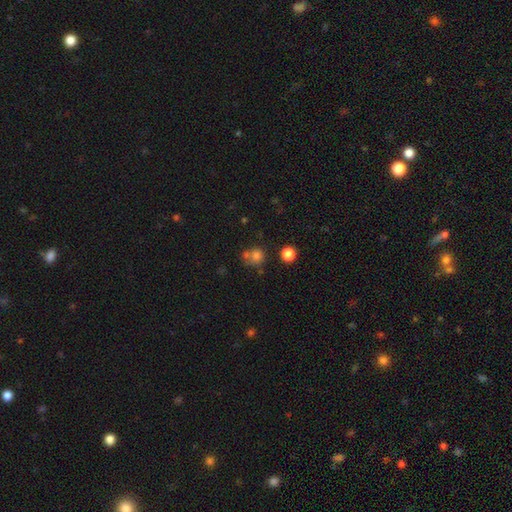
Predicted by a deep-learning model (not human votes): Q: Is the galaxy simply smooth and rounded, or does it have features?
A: smooth — 75%.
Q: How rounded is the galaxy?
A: round — 85%.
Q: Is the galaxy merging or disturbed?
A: none — 53%.